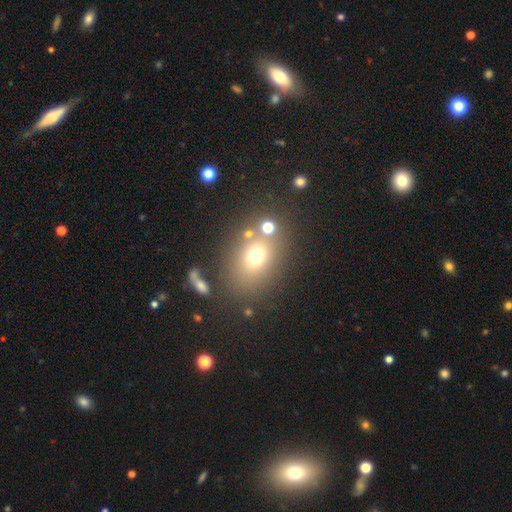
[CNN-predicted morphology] This is likely a smooth galaxy (68%). How rounded: possibly in between (52%). Merging: likely none (68%).